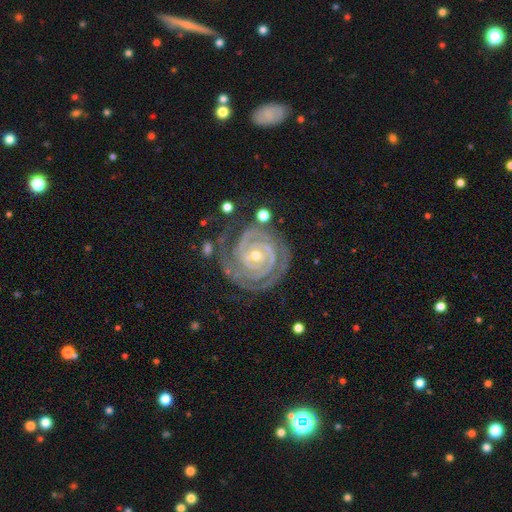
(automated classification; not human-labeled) Smooth or featured? Predicted: featured or disk (p=0.93). Edge-on disk? Predicted: no (p=0.98). Bar? Predicted: no (p=0.56). Spiral arms? Predicted: yes (p=0.98). Spiral winding? Predicted: tight (p=0.87). Spiral arm count? Predicted: 2 (p=0.56). Bulge size? Predicted: small (p=0.62). Merging? Predicted: none (p=0.72).